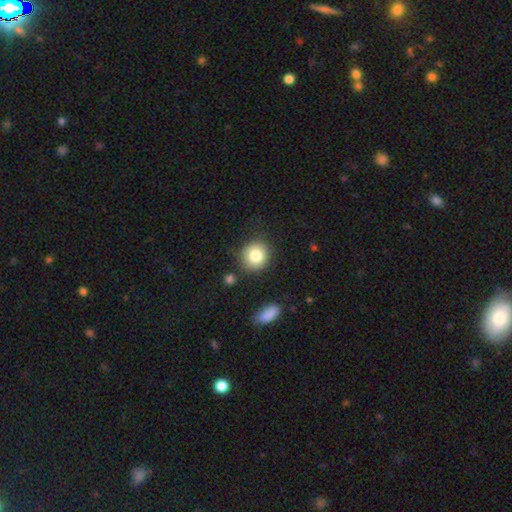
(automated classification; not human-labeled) smooth_or_featured: smooth (p=0.82) [alt: star or artifact p=0.09]
how_rounded: round (p=0.87) [alt: in between p=0.12]
merging: none (p=0.82) [alt: minor disturbance p=0.11]